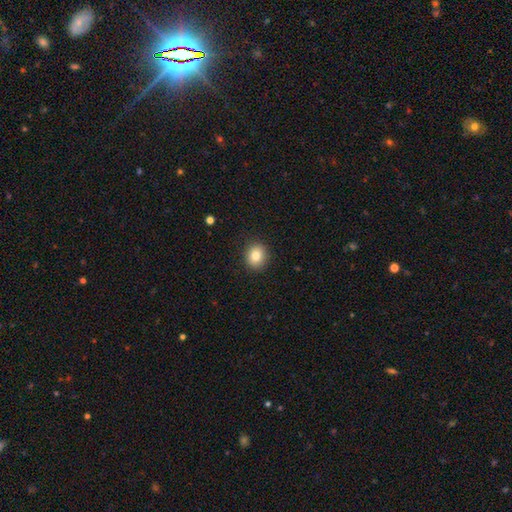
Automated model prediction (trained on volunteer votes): Smooth or featured: smooth — 82% (star or artifact — 10%)
How rounded: round — 80% (in between — 19%)
Merging: none — 90% (minor disturbance — 7%)